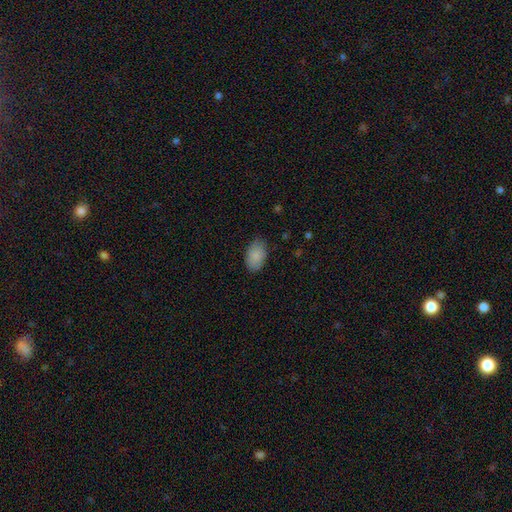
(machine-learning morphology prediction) Smooth or featured? Predicted: smooth (p=0.88). How rounded? Predicted: in between (p=0.92). Merging? Predicted: none (p=0.81).